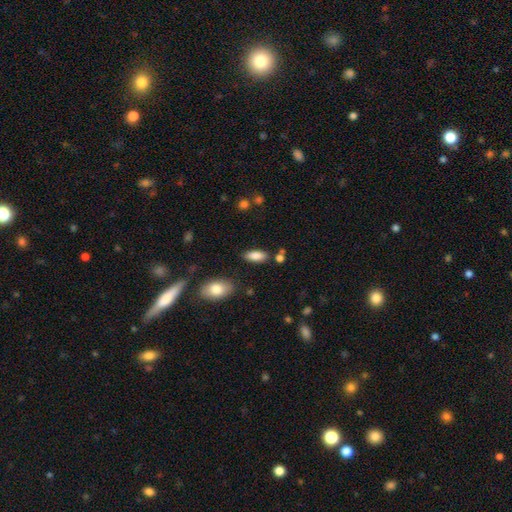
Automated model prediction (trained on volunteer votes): smooth_or_featured: smooth (p=0.85) [alt: featured or disk p=0.08]
how_rounded: in between (p=0.83) [alt: cigar-shaped p=0.14]
merging: none (p=0.80) [alt: minor disturbance p=0.12]